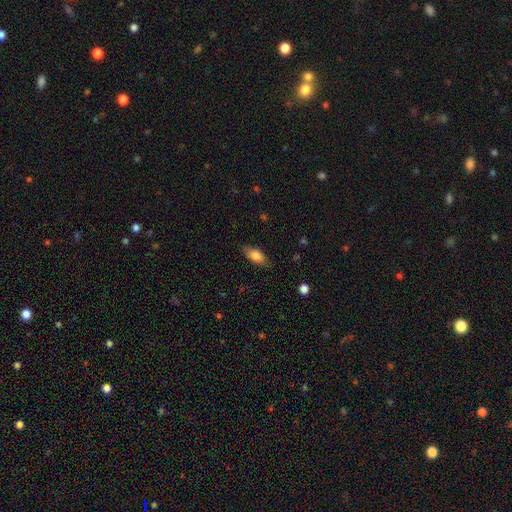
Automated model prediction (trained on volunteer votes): A smooth galaxy with no disk features (79%) that is in between round and cigar-shaped (83%). Merging: none (81%).